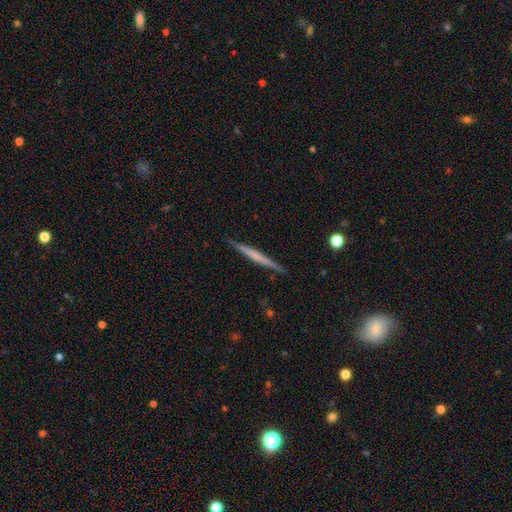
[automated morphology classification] Q: Smooth or featured?
A: featured or disk (55%); runner-up: smooth (39%)
Q: Edge-on disk?
A: yes (98%); runner-up: no (2%)
Q: Edge-on bulge?
A: none (74%); runner-up: rounded (16%)
Q: Merging?
A: none (90%); runner-up: minor disturbance (7%)